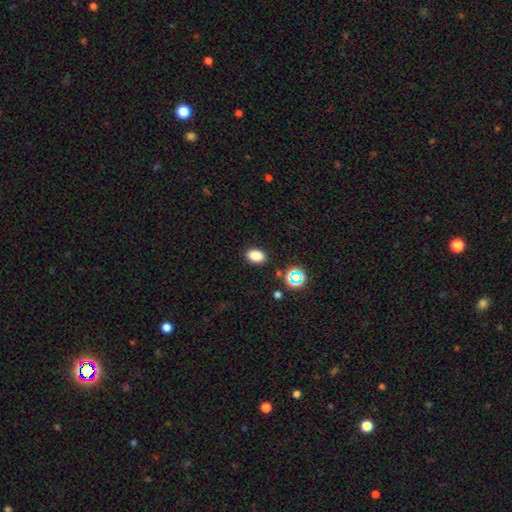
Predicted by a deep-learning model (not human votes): This is clearly a smooth galaxy (81%). How rounded: clearly in between (83%). Merging: clearly none (87%).